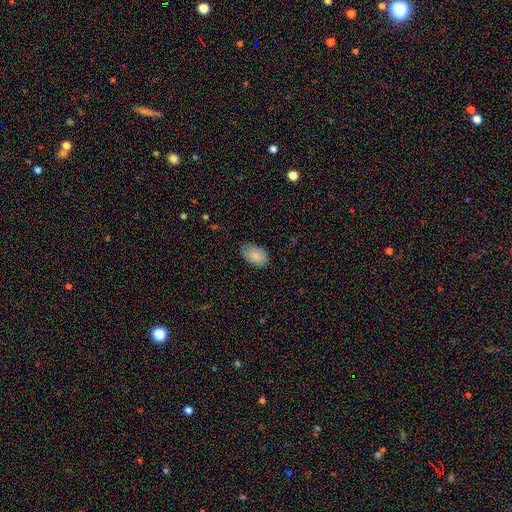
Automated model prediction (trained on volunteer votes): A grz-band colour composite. It shows a smooth galaxy with no disk features (85%) that is in between round and cigar-shaped (90%). Merging: none (67%).